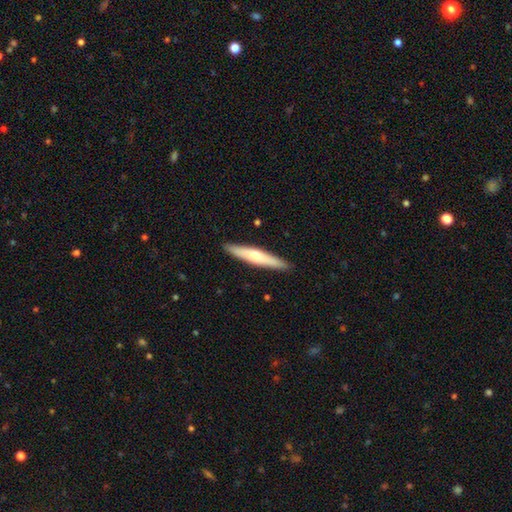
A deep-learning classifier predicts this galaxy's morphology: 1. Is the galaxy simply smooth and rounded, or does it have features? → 48% smooth, 47% featured or disk, 6% star or artifact.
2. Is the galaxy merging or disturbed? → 91% none, 7% minor disturbance, 1% major disturbance, 1% merger.